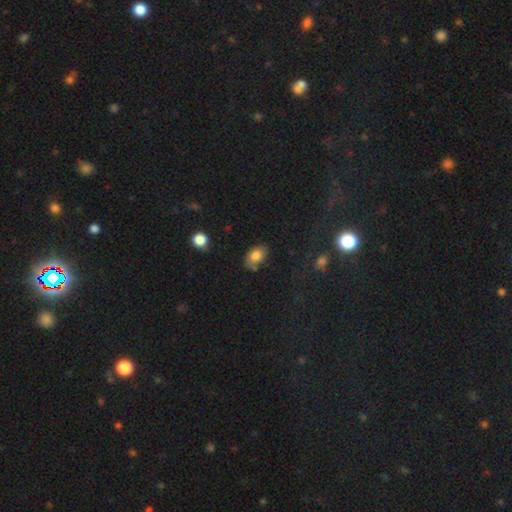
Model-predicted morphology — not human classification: Smooth or featured? smooth (79%)
How rounded? in between (88%)
Merging? none (68%)